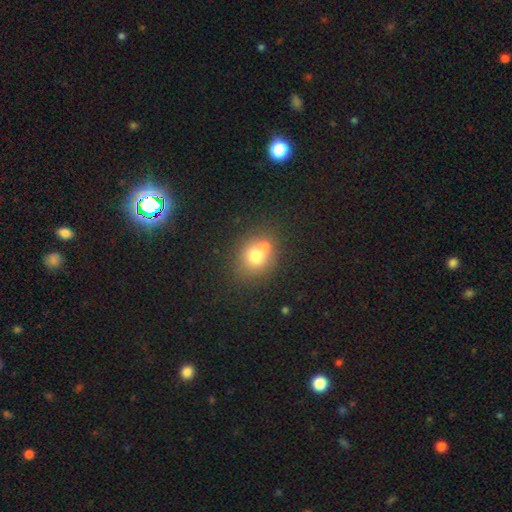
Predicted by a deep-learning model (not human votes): Q: Smooth or featured?
A: smooth (69%); runner-up: featured or disk (18%)
Q: How rounded?
A: round (72%); runner-up: in between (27%)
Q: Merging?
A: merger (48%); runner-up: none (41%)